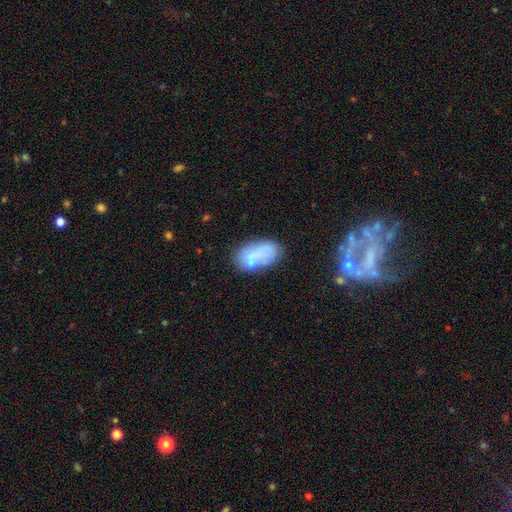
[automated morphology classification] A smooth galaxy with no disk features (56%) that is in between round and cigar-shaped (92%).

Vote fractions:
- Smooth or featured? smooth: 56% / featured or disk: 34% / star or artifact: 10%
- How rounded? in between: 92% / round: 6% / cigar-shaped: 2%
- Merging? none: 46% / minor disturbance: 23% / merger: 18% / major disturbance: 13%